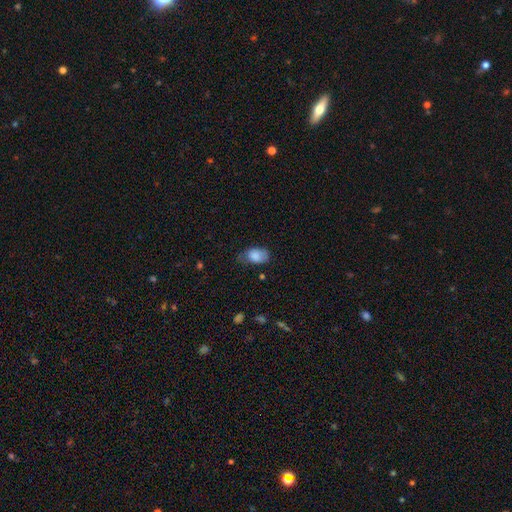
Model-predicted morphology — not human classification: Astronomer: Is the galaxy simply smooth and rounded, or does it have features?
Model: smooth — 83%.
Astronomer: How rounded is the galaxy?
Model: in between — 87%.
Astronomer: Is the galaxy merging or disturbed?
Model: none — 45% (runner-up: minor disturbance, 38%).